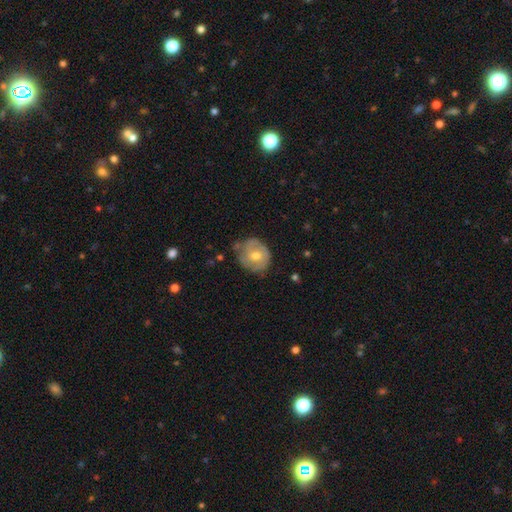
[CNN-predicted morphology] featured or disk 47%, smooth 45%, star or artifact 7%. Down the decision tree: merging — none (59%).